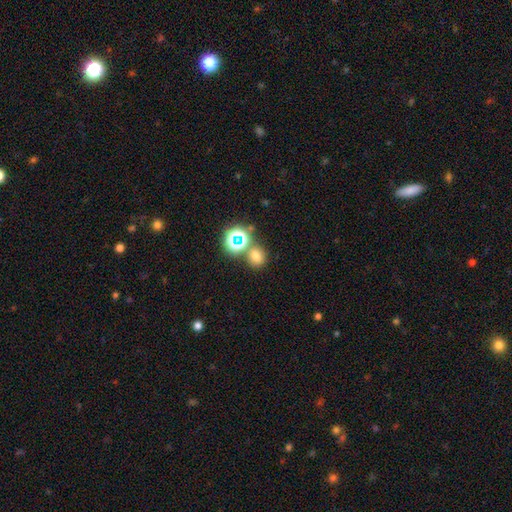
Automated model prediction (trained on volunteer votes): Q: Smooth or featured?
A: smooth (66%); runner-up: star or artifact (27%)
Q: How rounded?
A: round (69%); runner-up: in between (30%)
Q: Merging?
A: none (68%); runner-up: merger (19%)